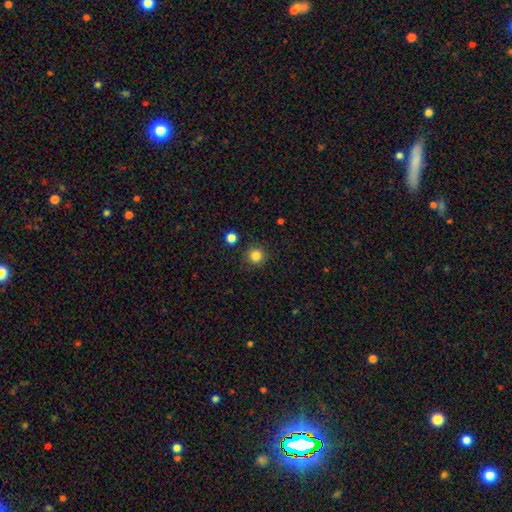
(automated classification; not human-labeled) A smooth galaxy with no disk features (84%) that is round (95%). Merging: none (89%).